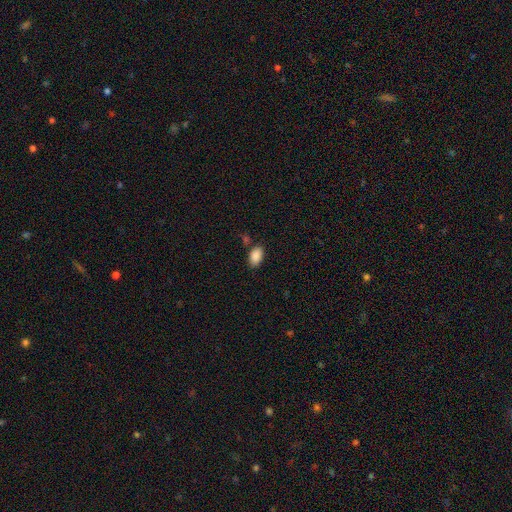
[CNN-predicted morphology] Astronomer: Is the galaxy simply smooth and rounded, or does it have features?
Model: smooth — 89%.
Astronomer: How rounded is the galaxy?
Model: in between — 93%.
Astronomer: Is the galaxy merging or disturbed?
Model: none — 77%.